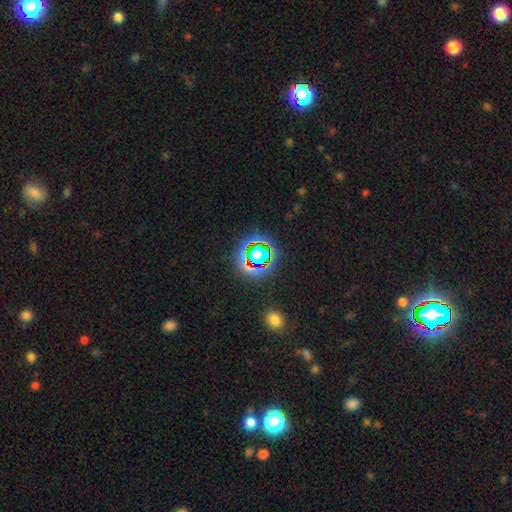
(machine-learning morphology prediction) A star or artifact, not a galaxy (58%).